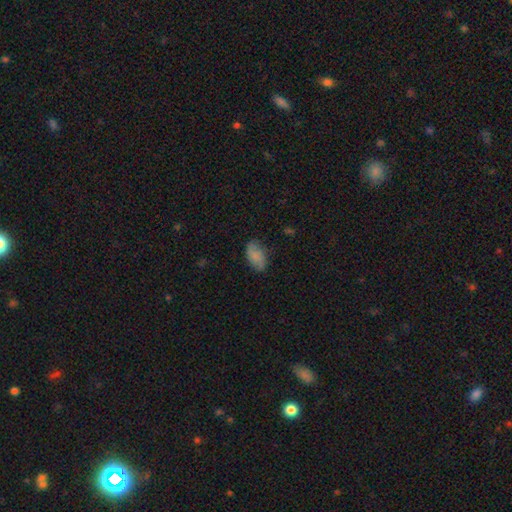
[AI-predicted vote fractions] The model was most divided on "merging": none: 73%, minor disturbance: 21%, major disturbance: 5%, merger: 1%. More confident: how rounded — in between (93%); smooth or featured — smooth (78%).